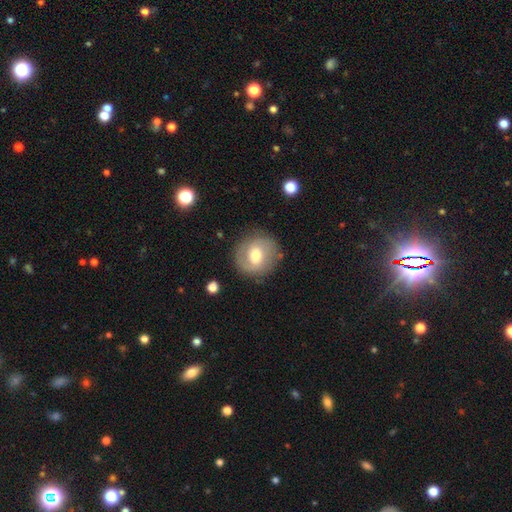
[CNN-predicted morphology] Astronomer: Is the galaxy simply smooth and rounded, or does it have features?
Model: featured or disk — 49% (runner-up: smooth, 44%).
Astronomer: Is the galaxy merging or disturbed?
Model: none — 82%.